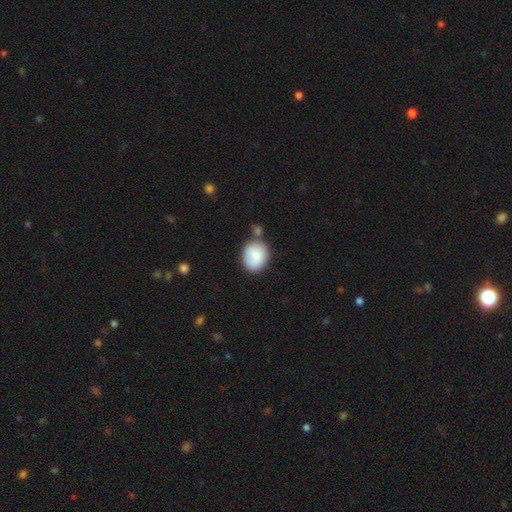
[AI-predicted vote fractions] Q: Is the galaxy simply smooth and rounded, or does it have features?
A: smooth — 82%.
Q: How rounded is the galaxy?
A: round — 59%.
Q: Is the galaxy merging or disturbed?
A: none — 61%.